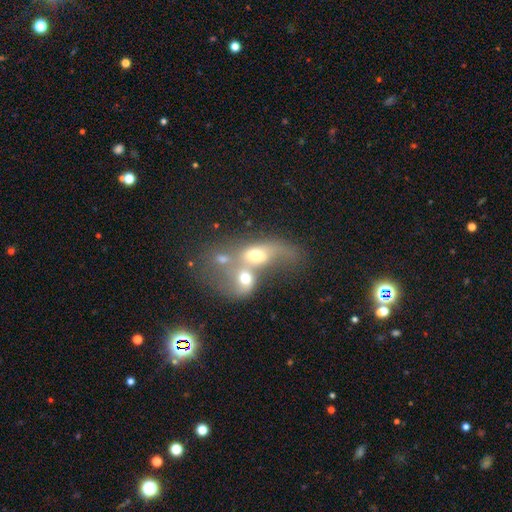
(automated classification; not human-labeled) A smooth galaxy with no disk features (51%) that is in between round and cigar-shaped (68%). Merging: merger (76%).